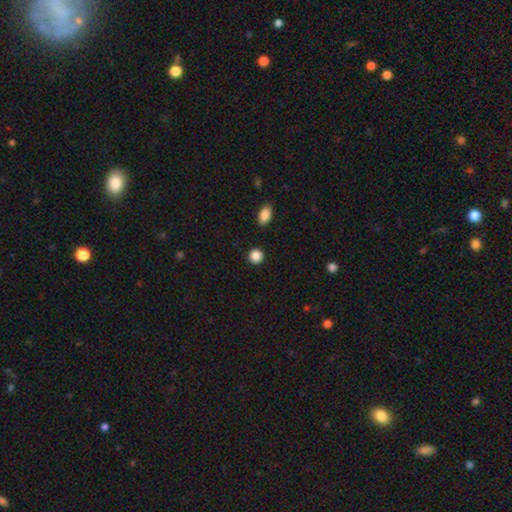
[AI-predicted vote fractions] Q: Smooth or featured?
A: smooth (87%); runner-up: star or artifact (10%)
Q: How rounded?
A: round (92%); runner-up: in between (7%)
Q: Merging?
A: none (91%); runner-up: minor disturbance (5%)